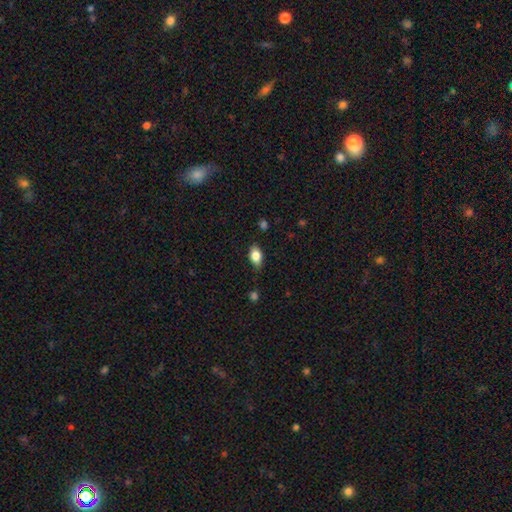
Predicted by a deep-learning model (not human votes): Smooth or featured? Predicted: smooth (p=0.83). How rounded? Predicted: in between (p=0.86). Merging? Predicted: none (p=0.77).